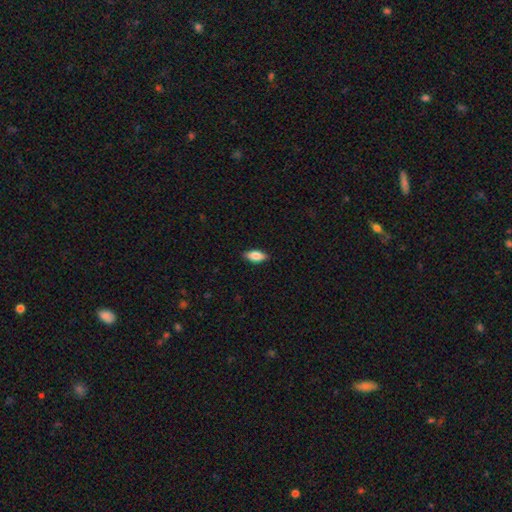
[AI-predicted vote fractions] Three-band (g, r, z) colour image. It shows a smooth galaxy with no disk features (79%) that is in between round and cigar-shaped (83%). Merging: none (87%).